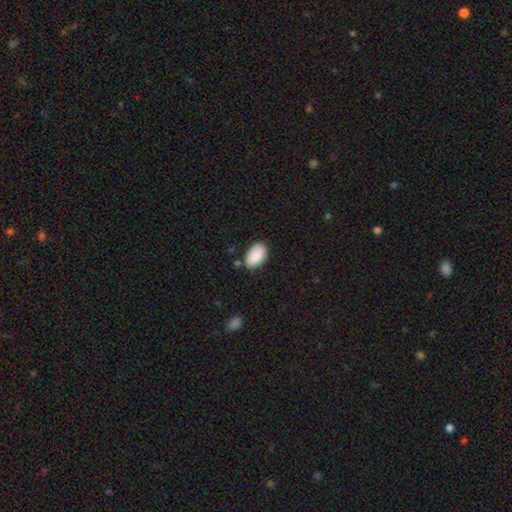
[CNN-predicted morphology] type=smooth (90%); roundness=in between (94%); merging=none (78%).